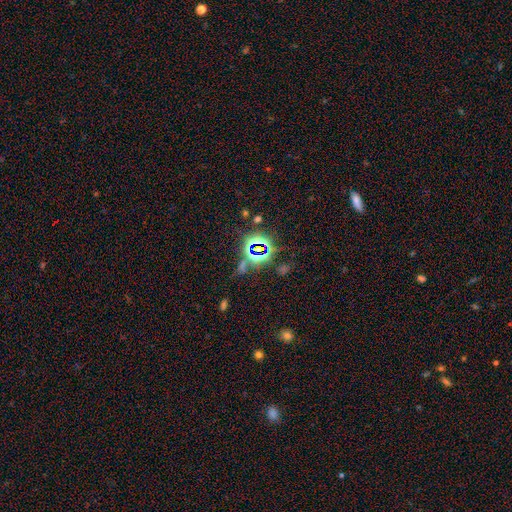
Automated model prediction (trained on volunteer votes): Smooth or featured?
  - star or artifact: 78% *
  - smooth: 13%
  - featured or disk: 9%